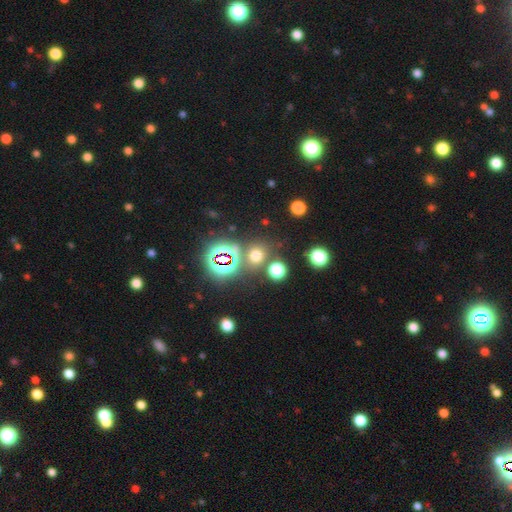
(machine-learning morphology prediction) Smooth or featured? smooth (57%)
How rounded? round (80%)
Merging? none (74%)